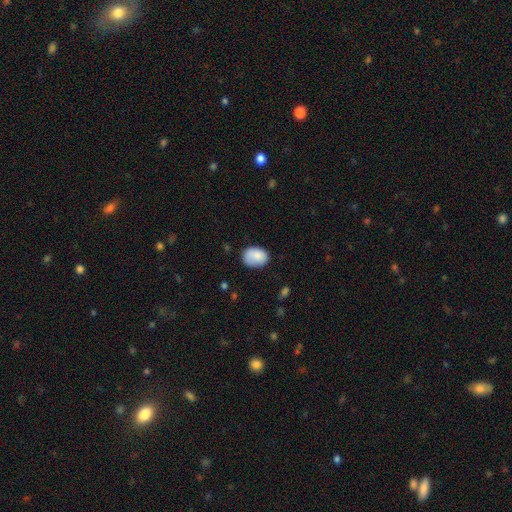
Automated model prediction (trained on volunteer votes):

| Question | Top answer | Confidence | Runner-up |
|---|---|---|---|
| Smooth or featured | smooth | 85% | star or artifact (8%) |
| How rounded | in between | 76% | round (23%) |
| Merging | none | 69% | minor disturbance (24%) |